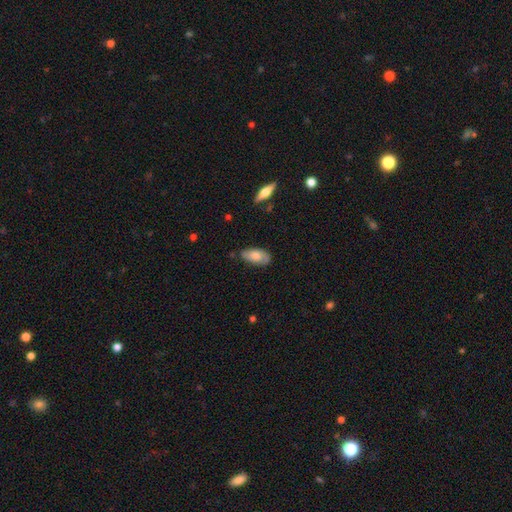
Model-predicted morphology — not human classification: Smooth or featured? Predicted: smooth (p=0.68). How rounded? Predicted: in between (p=0.92). Merging? Predicted: none (p=0.68).